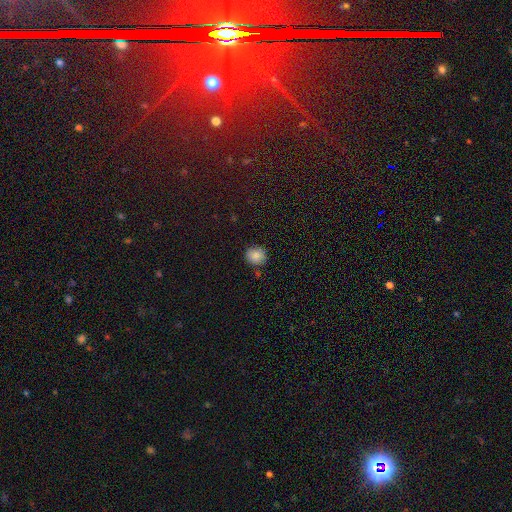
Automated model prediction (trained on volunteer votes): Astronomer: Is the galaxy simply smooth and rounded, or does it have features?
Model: smooth — 86%.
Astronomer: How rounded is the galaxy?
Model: round — 83%.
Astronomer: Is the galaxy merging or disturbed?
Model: none — 82%.